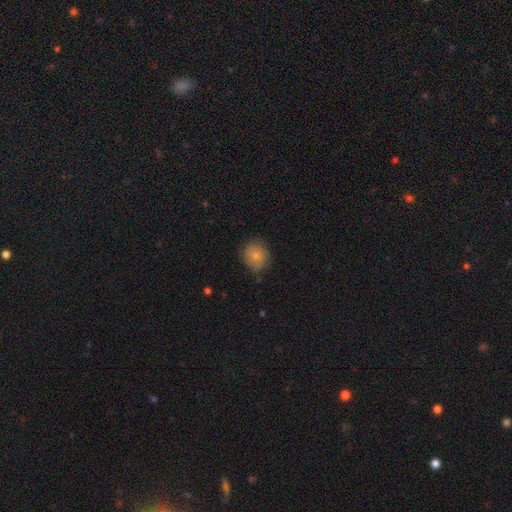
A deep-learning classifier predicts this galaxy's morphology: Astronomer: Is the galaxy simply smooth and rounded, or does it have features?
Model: smooth — 79%.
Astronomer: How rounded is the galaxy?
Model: round — 79%.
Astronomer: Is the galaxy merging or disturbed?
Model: none — 75%.